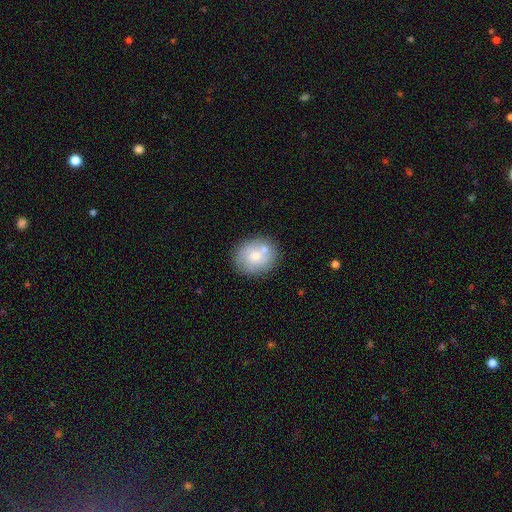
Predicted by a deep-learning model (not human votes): A smooth galaxy with no disk features (49%).

Vote fractions:
- Smooth or featured? smooth: 49% / featured or disk: 42% / star or artifact: 8%
- Merging? none: 69% / minor disturbance: 16% / merger: 10% / major disturbance: 5%